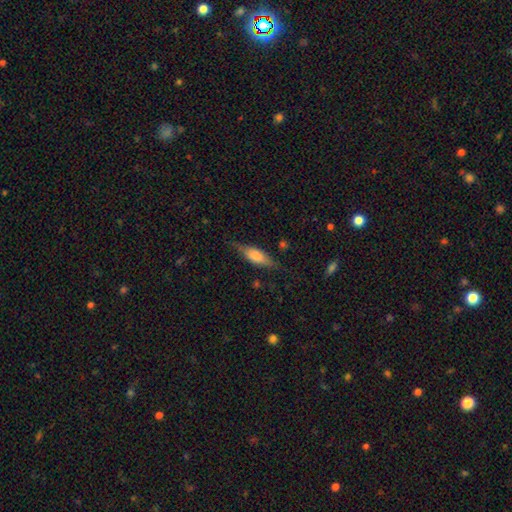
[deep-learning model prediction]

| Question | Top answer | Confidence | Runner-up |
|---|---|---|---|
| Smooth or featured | smooth | 54% | featured or disk (39%) |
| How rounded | in between | 59% | cigar-shaped (38%) |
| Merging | none | 71% | minor disturbance (21%) |